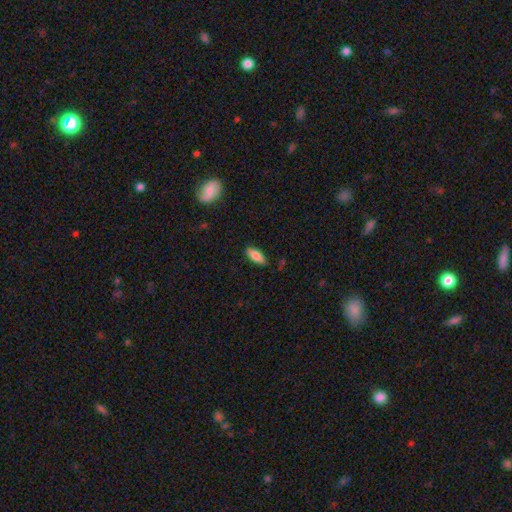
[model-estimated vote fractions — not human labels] A smooth galaxy with no disk features (82%) that is in between round and cigar-shaped (73%). Merging: none (83%).